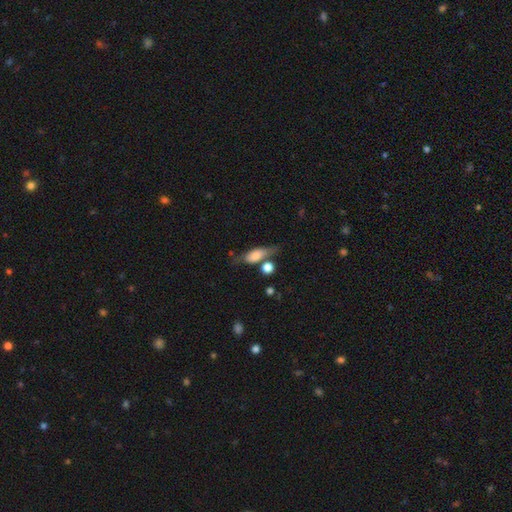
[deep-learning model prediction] smooth 63%, featured or disk 29%, star or artifact 8%. Down the decision tree: how rounded — in between (64%); merging — none (52%).